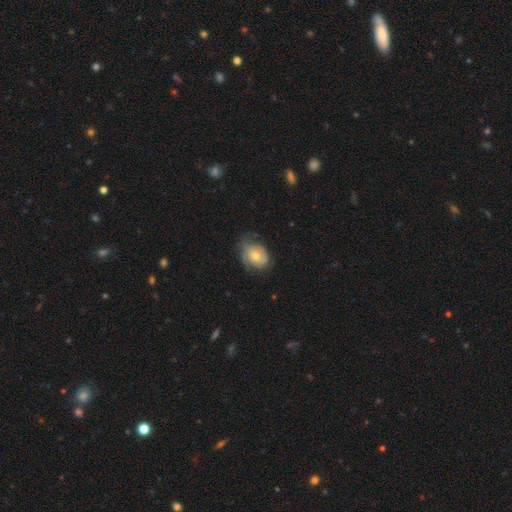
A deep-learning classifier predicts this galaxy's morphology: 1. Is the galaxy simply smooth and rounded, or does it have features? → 59% smooth, 34% featured or disk, 7% star or artifact.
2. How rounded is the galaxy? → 60% in between, 39% round, 1% cigar-shaped.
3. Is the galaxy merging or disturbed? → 47% none, 36% minor disturbance, 16% major disturbance, 1% merger.